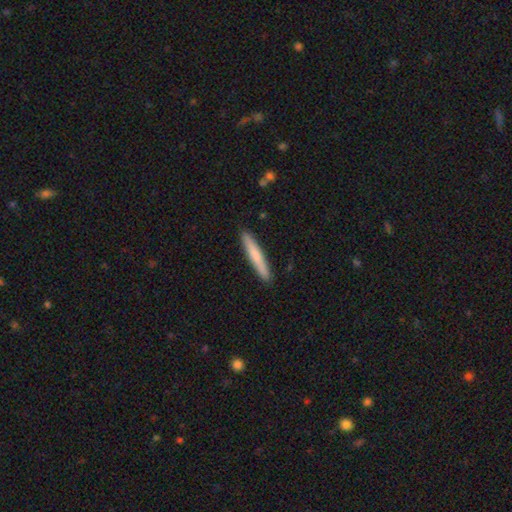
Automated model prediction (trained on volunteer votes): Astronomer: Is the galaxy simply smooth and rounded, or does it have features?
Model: smooth — 70%.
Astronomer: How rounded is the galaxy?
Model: cigar-shaped — 95%.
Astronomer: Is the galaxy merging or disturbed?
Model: none — 91%.